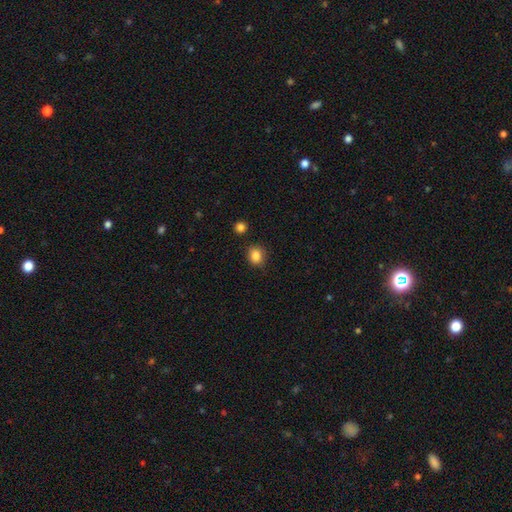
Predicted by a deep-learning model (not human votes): A smooth galaxy with no disk features (85%) that is round (68%).

Vote fractions:
- Smooth or featured? smooth: 85% / star or artifact: 10% / featured or disk: 5%
- How rounded? round: 68% / in between: 31% / cigar-shaped: 1%
- Merging? none: 84% / minor disturbance: 11% / merger: 3% / major disturbance: 3%